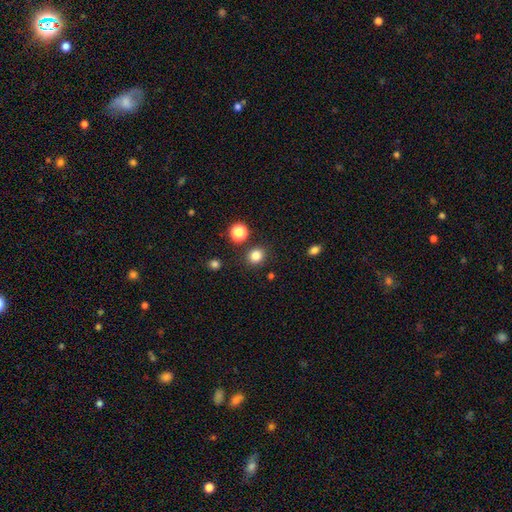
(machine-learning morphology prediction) Smooth or featured? Predicted: smooth (p=0.83). How rounded? Predicted: round (p=0.81). Merging? Predicted: none (p=0.86).